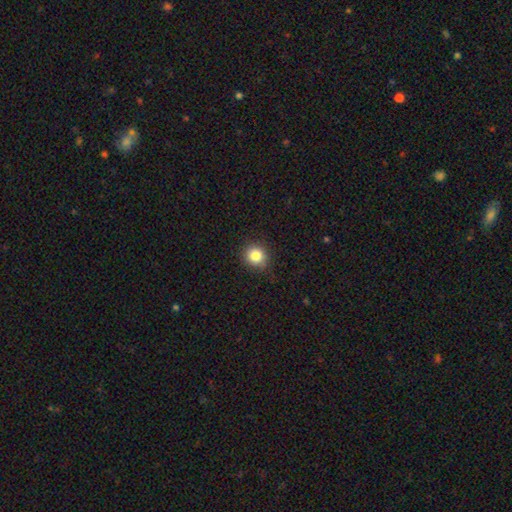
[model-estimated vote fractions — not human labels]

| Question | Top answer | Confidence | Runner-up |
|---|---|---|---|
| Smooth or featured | smooth | 84% | star or artifact (11%) |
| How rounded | round | 88% | in between (11%) |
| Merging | none | 87% | minor disturbance (9%) |